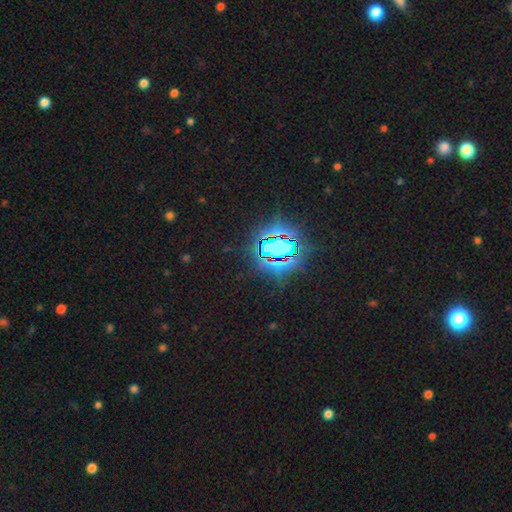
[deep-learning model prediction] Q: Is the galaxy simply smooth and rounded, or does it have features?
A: star or artifact — 85%.